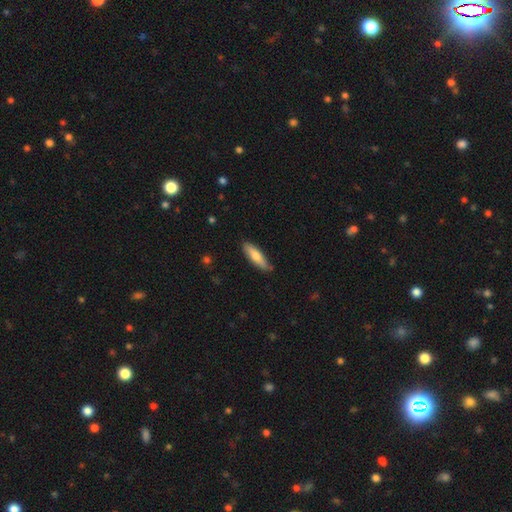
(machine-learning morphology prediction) A smooth galaxy with no disk features (71%) that is cigar-shaped (62%).

Vote fractions:
- Smooth or featured? smooth: 71% / featured or disk: 24% / star or artifact: 5%
- How rounded? cigar-shaped: 62% / in between: 36% / round: 2%
- Merging? none: 84% / minor disturbance: 13% / major disturbance: 2% / merger: 2%